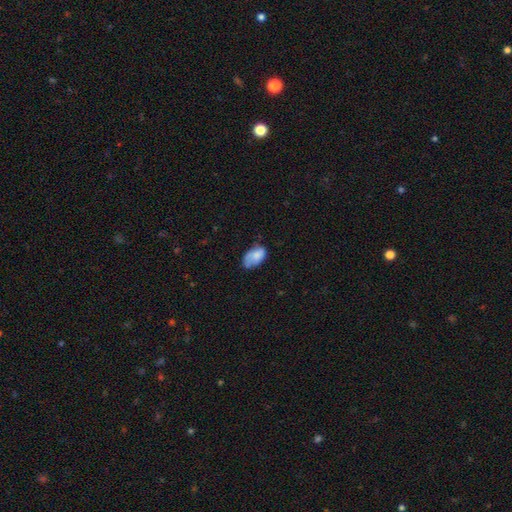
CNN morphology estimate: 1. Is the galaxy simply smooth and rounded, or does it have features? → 73% smooth, 19% featured or disk, 8% star or artifact.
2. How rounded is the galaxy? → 92% in between, 7% round, 1% cigar-shaped.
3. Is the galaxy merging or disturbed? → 48% none, 37% minor disturbance, 12% major disturbance, 3% merger.